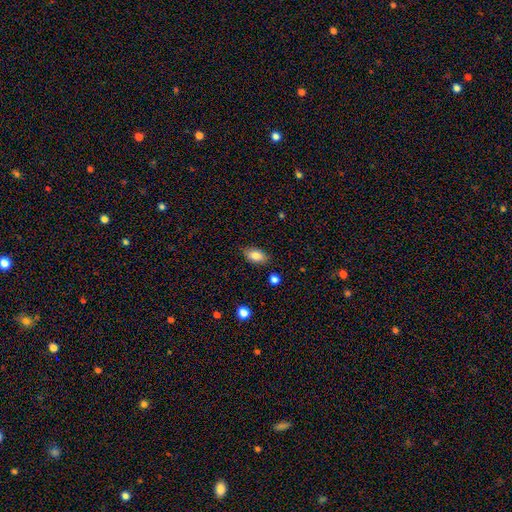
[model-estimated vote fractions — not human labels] Overall: smooth (84%). How rounded: in between (91%). Merging: none (84%).